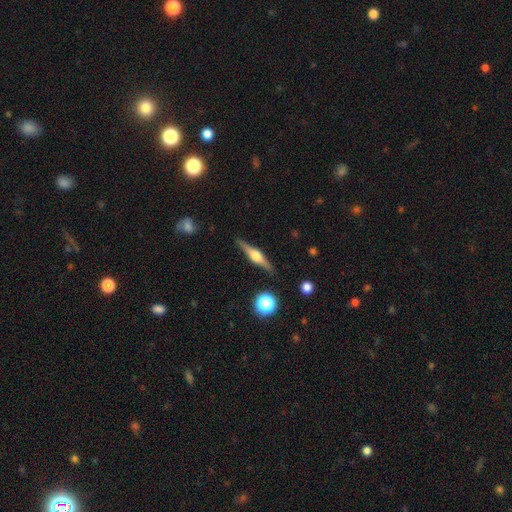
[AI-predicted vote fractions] A featured or disk galaxy (74%) viewed edge-on (97%) with a rounded central bulge (91%). Merging: none (89%).